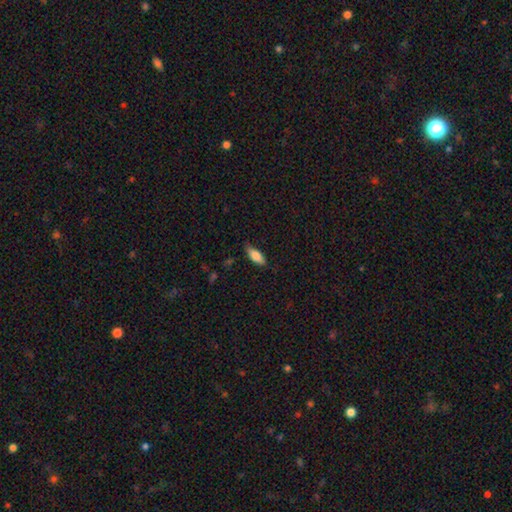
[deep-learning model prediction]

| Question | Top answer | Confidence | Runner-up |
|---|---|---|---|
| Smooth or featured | smooth | 79% | featured or disk (15%) |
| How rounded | in between | 76% | cigar-shaped (22%) |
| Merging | none | 77% | minor disturbance (19%) |